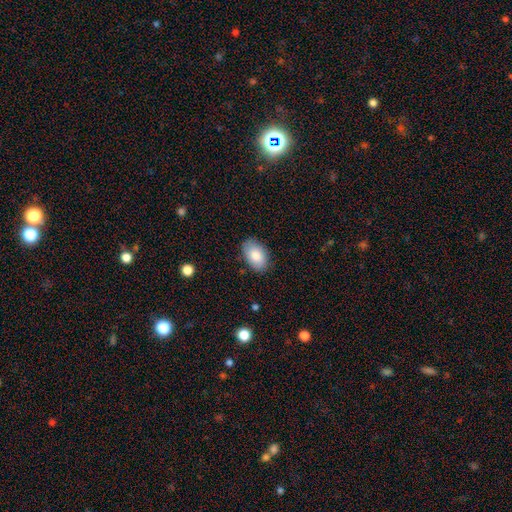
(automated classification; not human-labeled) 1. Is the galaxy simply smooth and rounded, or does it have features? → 83% smooth, 10% featured or disk, 6% star or artifact.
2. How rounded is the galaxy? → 92% in between, 7% round, 1% cigar-shaped.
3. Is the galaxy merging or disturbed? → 84% none, 13% minor disturbance, 3% major disturbance, 1% merger.